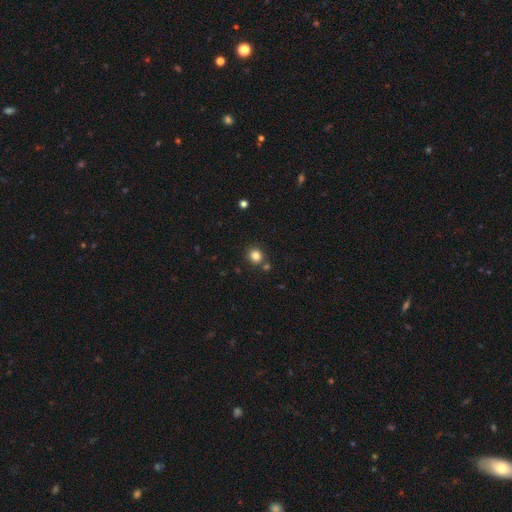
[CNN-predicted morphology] Overall: smooth (83%). How rounded: round (87%). Merging: none (79%).